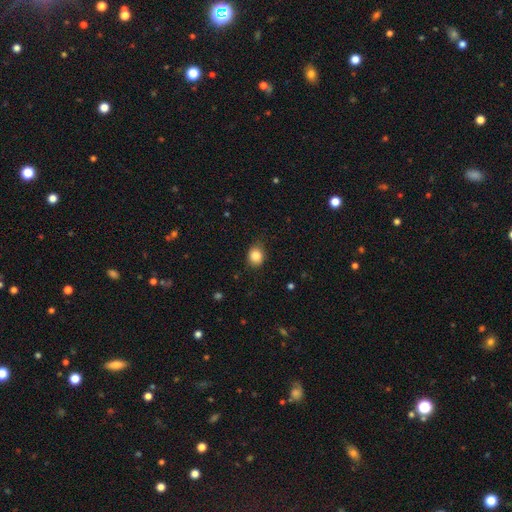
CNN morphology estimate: A smooth galaxy with no disk features (86%) that is round (65%).

Vote fractions:
- Smooth or featured? smooth: 86% / star or artifact: 10% / featured or disk: 5%
- How rounded? round: 65% / in between: 34% / cigar-shaped: 1%
- Merging? none: 79% / minor disturbance: 17% / major disturbance: 3% / merger: 1%